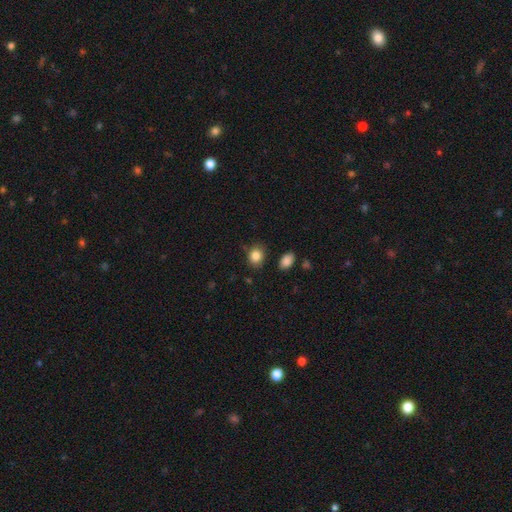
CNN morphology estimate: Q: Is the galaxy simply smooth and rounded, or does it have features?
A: smooth — 85%.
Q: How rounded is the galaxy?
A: round — 57%.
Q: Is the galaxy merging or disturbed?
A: none — 80%.